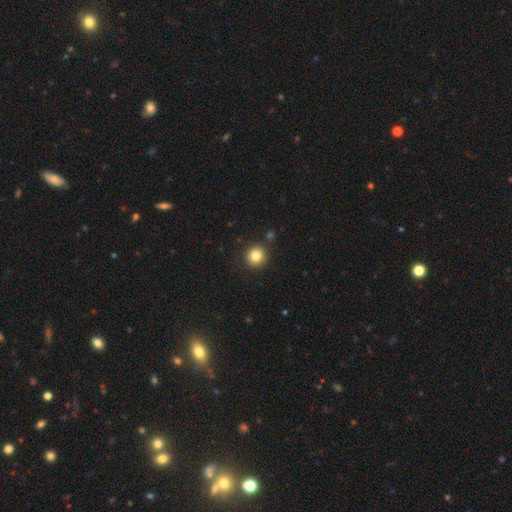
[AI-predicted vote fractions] Smooth or featured: smooth — 83% (star or artifact — 11%)
How rounded: round — 93% (in between — 6%)
Merging: none — 89% (minor disturbance — 7%)